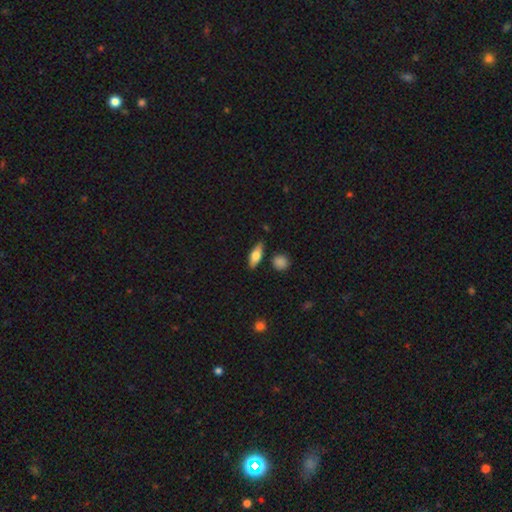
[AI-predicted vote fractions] smooth_or_featured: smooth (p=0.66) [alt: featured or disk p=0.27]
how_rounded: in between (p=0.67) [alt: cigar-shaped p=0.29]
merging: none (p=0.80) [alt: minor disturbance p=0.13]